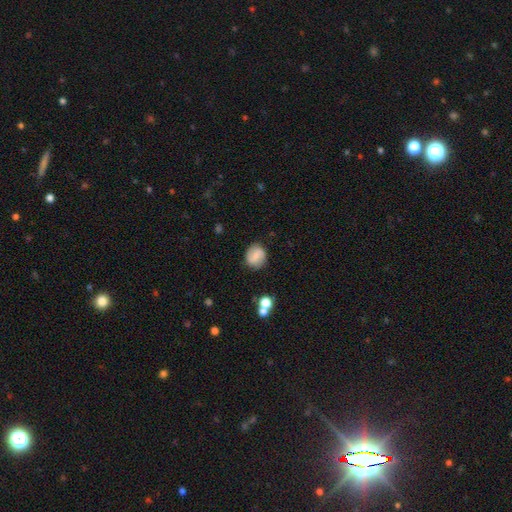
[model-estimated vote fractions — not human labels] Smooth or featured? smooth (50%)
How rounded? round (73%)
Merging? none (82%)